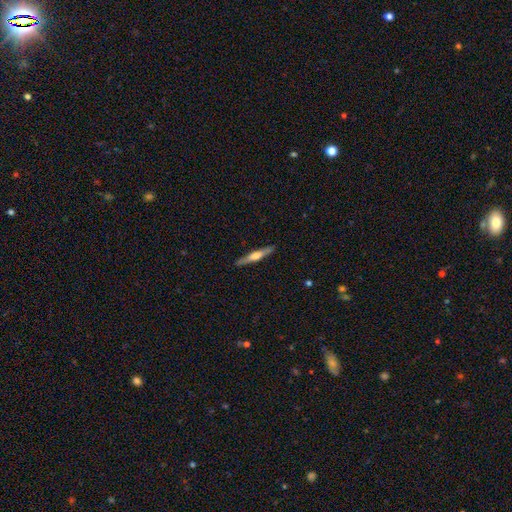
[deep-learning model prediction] Smooth or featured? featured or disk (61%)
Edge-on disk? yes (97%)
Edge-on bulge? rounded (82%)
Merging? none (90%)